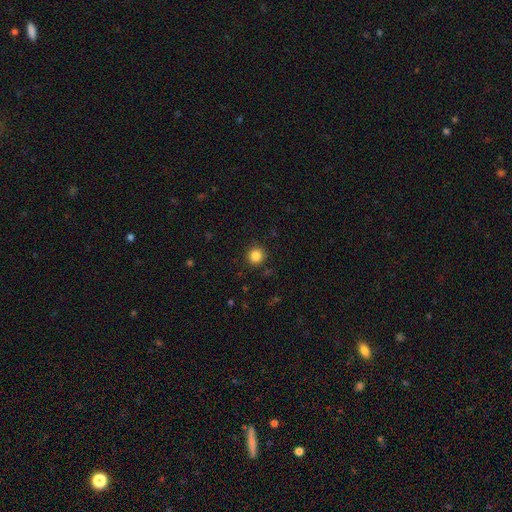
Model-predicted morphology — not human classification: Overall: smooth (84%). How rounded: round (94%). Merging: none (91%).